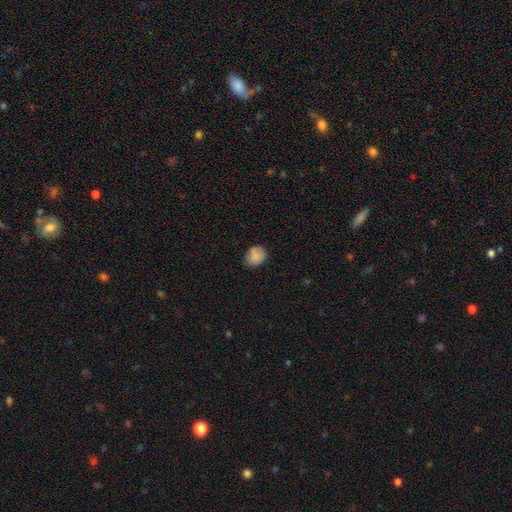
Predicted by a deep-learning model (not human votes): smooth_or_featured: smooth (p=0.83) [alt: star or artifact p=0.09]
how_rounded: round (p=0.60) [alt: in between p=0.39]
merging: none (p=0.73) [alt: minor disturbance p=0.19]